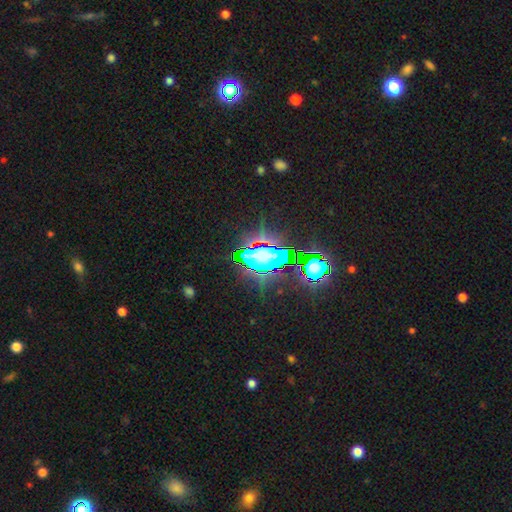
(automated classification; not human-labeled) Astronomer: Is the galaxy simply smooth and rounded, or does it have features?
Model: star or artifact — 62%.